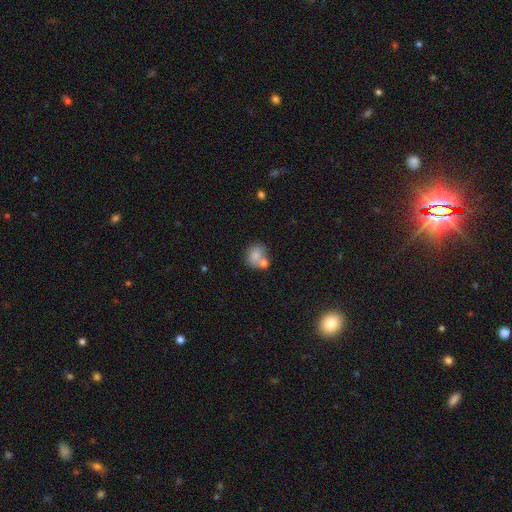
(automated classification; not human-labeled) A smooth galaxy with no disk features (80%) that is round (64%). Merging: none (53%).